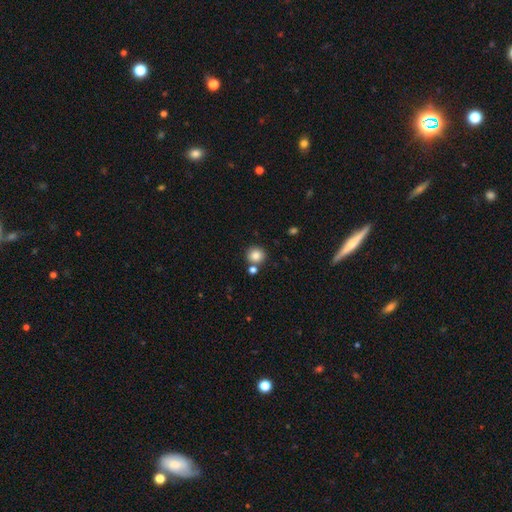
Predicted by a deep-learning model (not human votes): The model was most divided on "merging": none: 75%, merger: 14%, minor disturbance: 8%, major disturbance: 3%. More confident: how rounded — round (90%); smooth or featured — smooth (84%).